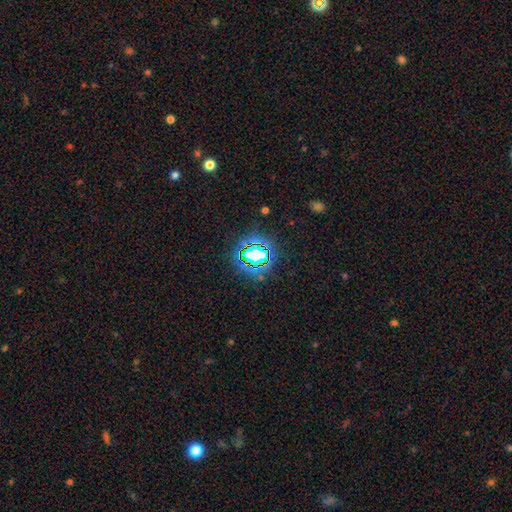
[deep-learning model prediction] smooth_or_featured: star or artifact (p=0.66) [alt: smooth p=0.23]